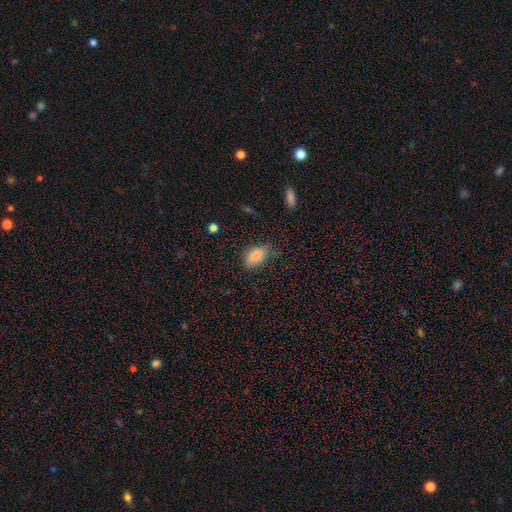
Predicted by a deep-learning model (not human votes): Morphology: type=smooth (83%); roundness=in between (89%); merging=none (67%).